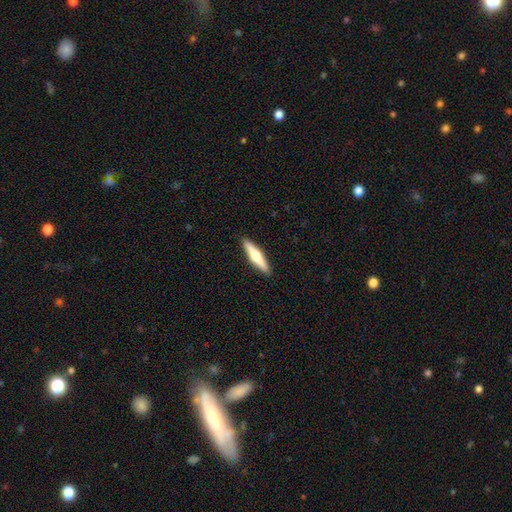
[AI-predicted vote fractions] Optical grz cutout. It shows a featured or disk galaxy (54%) viewed edge-on (96%) with a rounded central bulge (93%). Merging: none (91%).